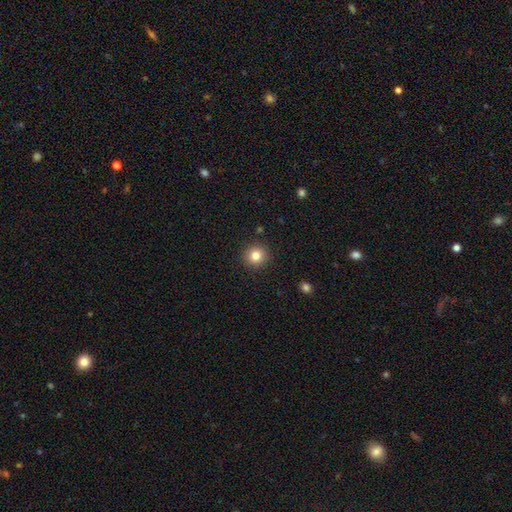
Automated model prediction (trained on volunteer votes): Morphology: type=smooth (81%); roundness=round (94%); merging=none (91%).